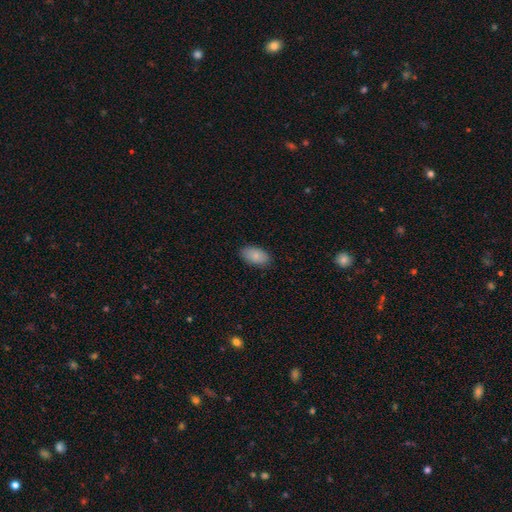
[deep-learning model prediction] Morphology: type=smooth (85%); roundness=in between (94%); merging=none (88%).